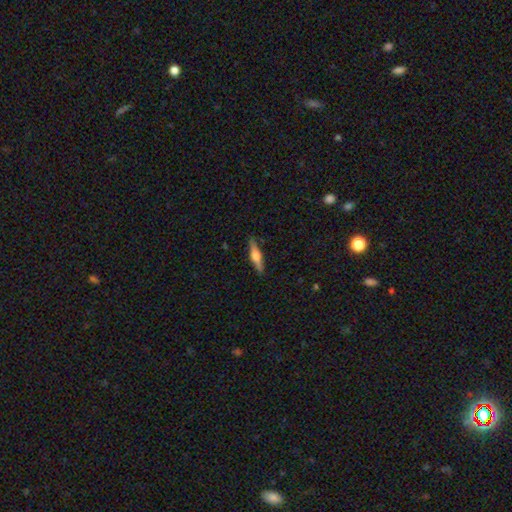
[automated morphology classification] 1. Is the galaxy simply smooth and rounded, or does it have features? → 56% featured or disk, 38% smooth, 6% star or artifact.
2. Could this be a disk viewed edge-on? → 96% yes, 4% no.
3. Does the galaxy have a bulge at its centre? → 87% rounded, 9% boxy, 4% none.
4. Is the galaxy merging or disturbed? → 89% none, 8% minor disturbance, 2% major disturbance, 1% merger.